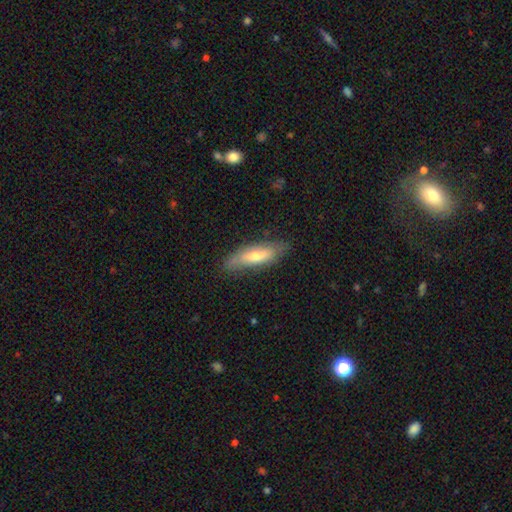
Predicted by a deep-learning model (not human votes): Smooth or featured: smooth — 58% (featured or disk — 36%)
How rounded: cigar-shaped — 56% (in between — 42%)
Merging: none — 77% (minor disturbance — 18%)